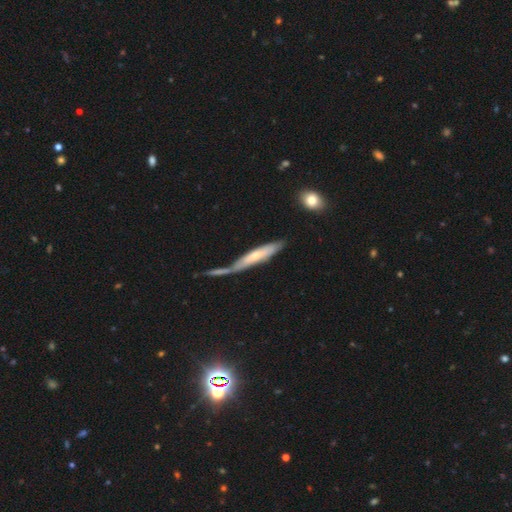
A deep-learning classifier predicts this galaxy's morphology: A smooth galaxy with no disk features (50%) that is cigar-shaped (85%).

Vote fractions:
- Smooth or featured? smooth: 50% / featured or disk: 44% / star or artifact: 6%
- How rounded? cigar-shaped: 85% / in between: 13% / round: 1%
- Merging? none: 47% / merger: 27% / minor disturbance: 18% / major disturbance: 8%